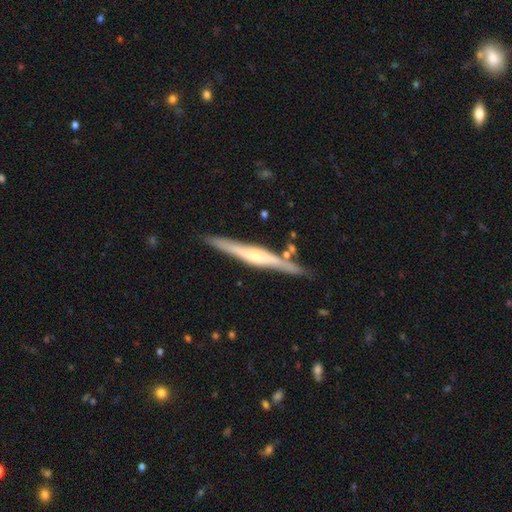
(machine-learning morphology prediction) Smooth or featured? featured or disk (78%)
Edge-on disk? yes (97%)
Edge-on bulge? rounded (68%)
Merging? none (83%)